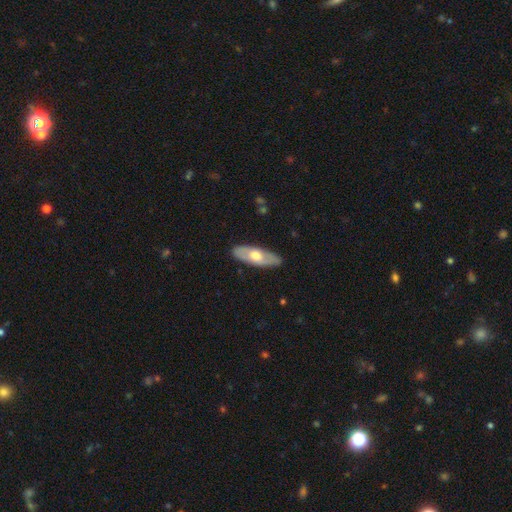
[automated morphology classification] The model was most divided on "smooth or featured": smooth: 49%, featured or disk: 46%, star or artifact: 5%. More confident: merging — none (86%).